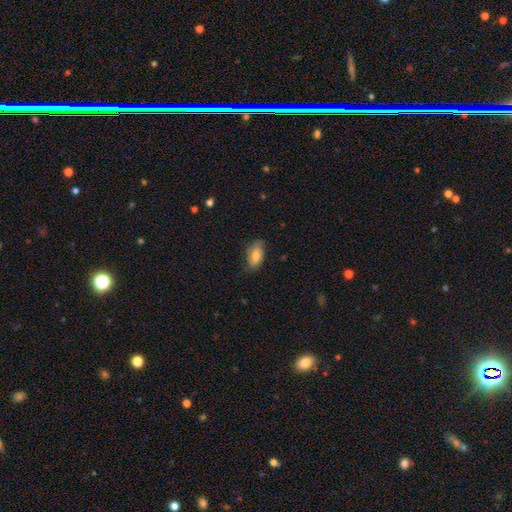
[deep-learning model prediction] This is likely a smooth galaxy (72%). How rounded: clearly in between (92%). Merging: likely none (64%).